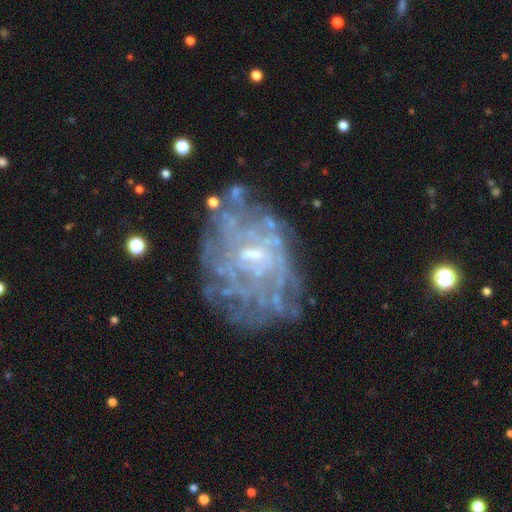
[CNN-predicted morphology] Smooth or featured?
  - featured or disk: 78% *
  - smooth: 12%
  - star or artifact: 10%
Edge-on disk?
  - no: 97% *
  - yes: 3%
Bar?
  - weak: 46% *
  - no: 43%
  - strong: 10%
Spiral arms?
  - yes: 60% *
  - no: 40%
Bulge size?
  - small: 56% *
  - moderate: 30%
  - none: 11%
  - large: 2%
  - dominant: 1%
Merging?
  - none: 62% *
  - minor disturbance: 20%
  - major disturbance: 14%
  - merger: 3%